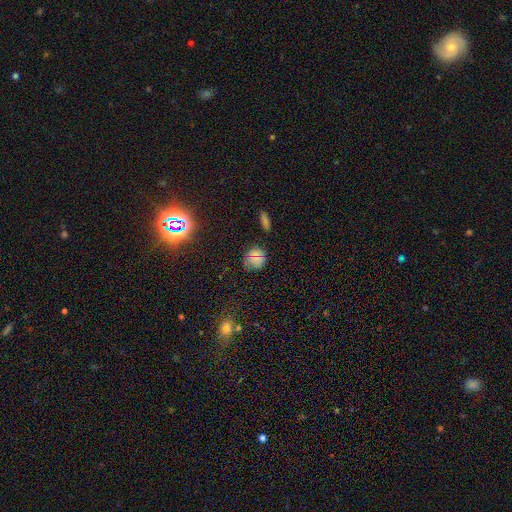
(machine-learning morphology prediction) smooth_or_featured: smooth (p=0.66) [alt: star or artifact p=0.25]
how_rounded: round (p=0.77) [alt: in between p=0.21]
merging: none (p=0.80) [alt: minor disturbance p=0.13]